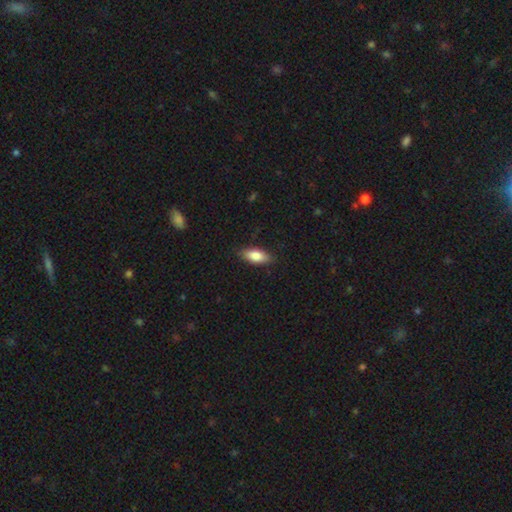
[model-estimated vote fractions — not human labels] A smooth galaxy with no disk features (80%) that is in between round and cigar-shaped (81%). Merging: none (85%).